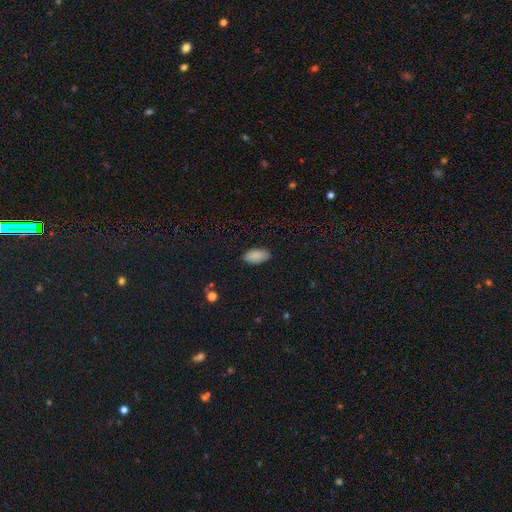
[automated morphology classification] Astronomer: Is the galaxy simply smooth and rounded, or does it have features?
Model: smooth — 89%.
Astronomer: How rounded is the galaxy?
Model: in between — 95%.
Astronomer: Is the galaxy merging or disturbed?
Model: none — 88%.